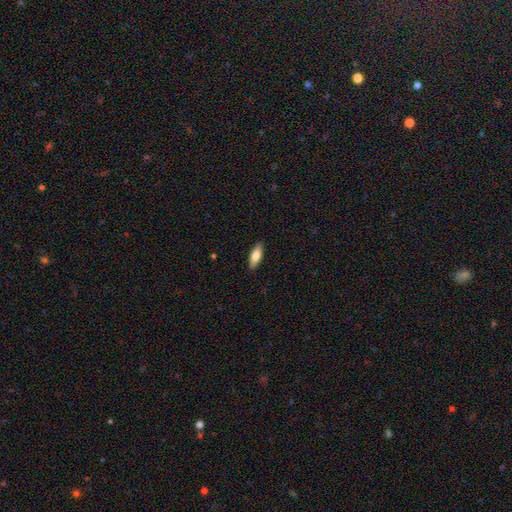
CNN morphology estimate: Overall: smooth (73%). How rounded: in between (63%; cigar-shaped 35%). Merging: none (90%).